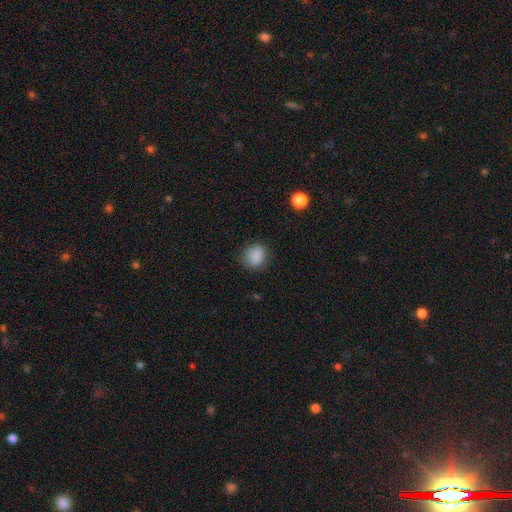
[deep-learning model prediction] This is clearly a smooth galaxy (87%). How rounded: likely round (64%). Merging: clearly none (81%).